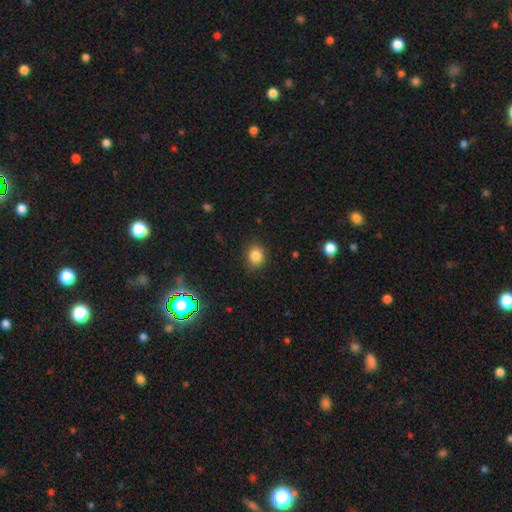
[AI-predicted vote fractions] Smooth or featured? Predicted: smooth (p=0.84). How rounded? Predicted: round (p=0.64). Merging? Predicted: none (p=0.87).